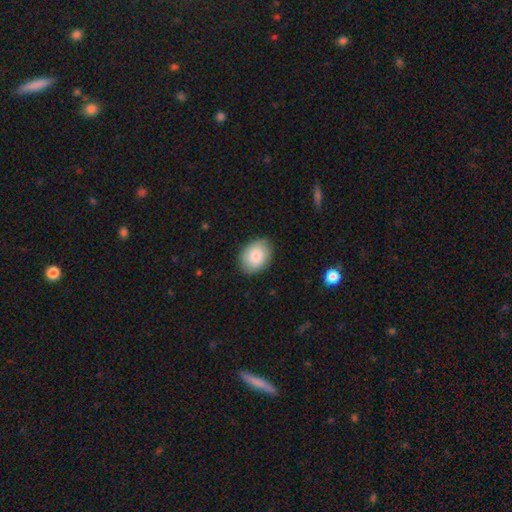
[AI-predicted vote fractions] A smooth galaxy with no disk features (82%) that is in between round and cigar-shaped (63%). Merging: none (85%).